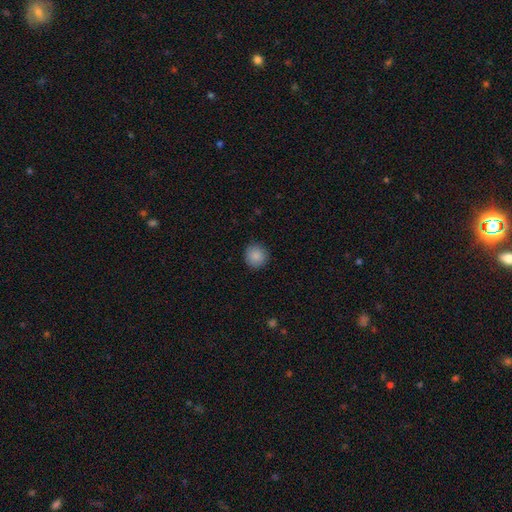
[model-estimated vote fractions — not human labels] The model was most divided on "smooth or featured": smooth: 87%, star or artifact: 9%, featured or disk: 4%. More confident: how rounded — round (93%); merging — none (89%).